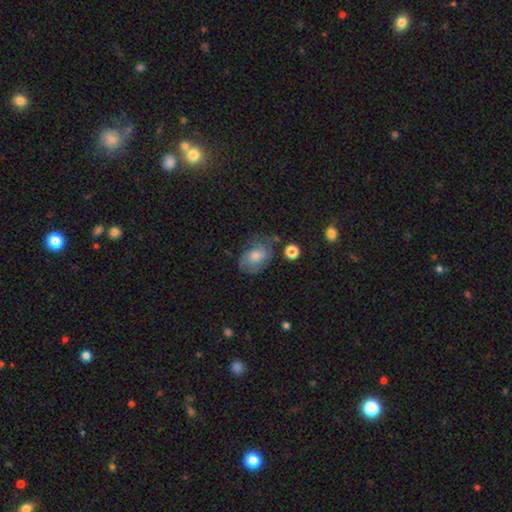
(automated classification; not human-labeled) Smooth or featured: smooth — 50% (featured or disk — 39%)
Merging: none — 55% (minor disturbance — 28%)